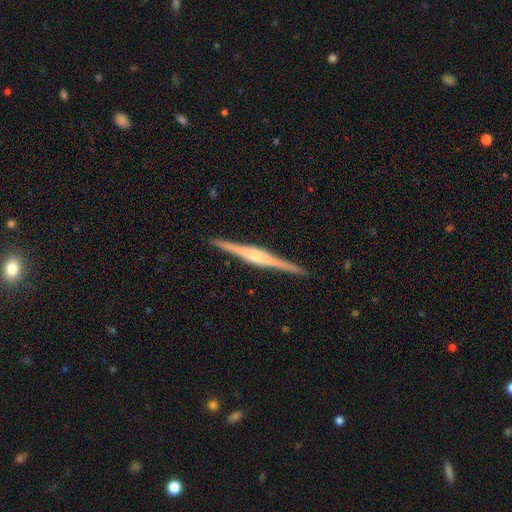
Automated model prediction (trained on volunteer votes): A featured or disk galaxy (84%) viewed edge-on (99%) with a rounded central bulge (63%).

Vote fractions:
- Smooth or featured? featured or disk: 84% / smooth: 11% / star or artifact: 5%
- Edge-on disk? yes: 99% / no: 1%
- Edge-on bulge? rounded: 63% / boxy: 29% / none: 9%
- Merging? none: 92% / minor disturbance: 6% / major disturbance: 1% / merger: 1%